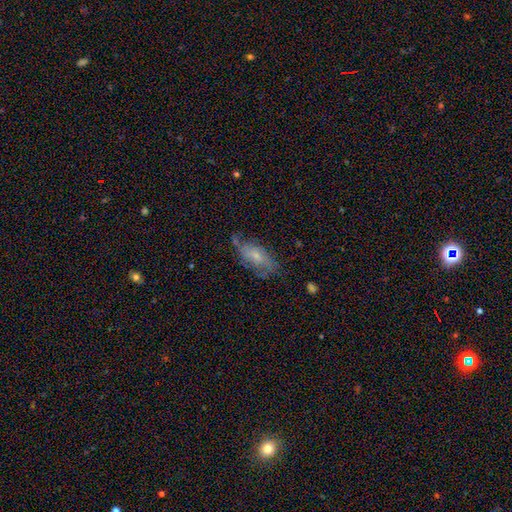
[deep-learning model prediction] This is possibly a smooth galaxy (49%). Merging: possibly none (53%).